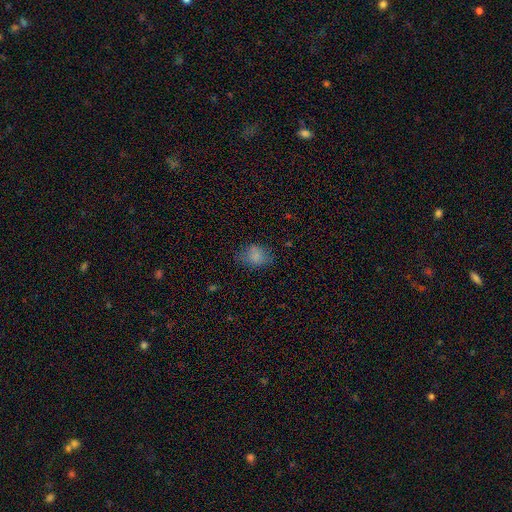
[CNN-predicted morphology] This is likely a smooth galaxy (79%). How rounded: possibly in between (57%). Merging: likely none (65%).